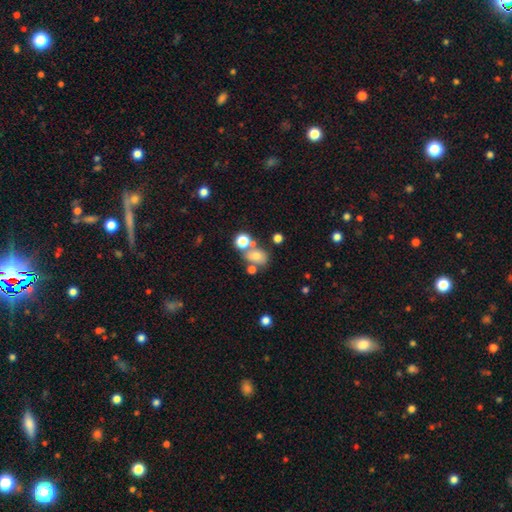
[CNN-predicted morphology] Smooth or featured? smooth (66%)
How rounded? in between (54%)
Merging? none (45%)